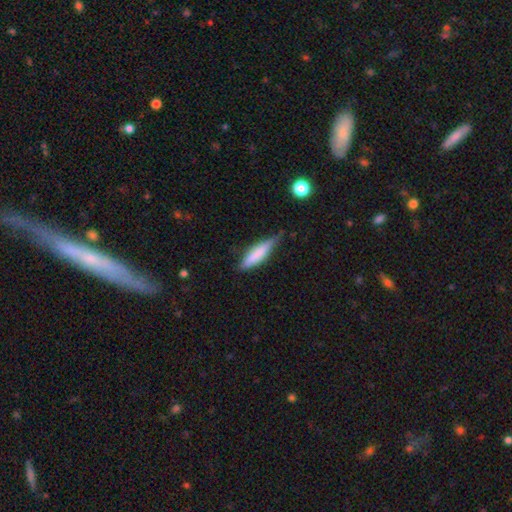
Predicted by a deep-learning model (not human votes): The model was most divided on "merging": none: 63%, minor disturbance: 29%, major disturbance: 6%, merger: 2%. More confident: how rounded — cigar-shaped (75%); smooth or featured — smooth (67%).